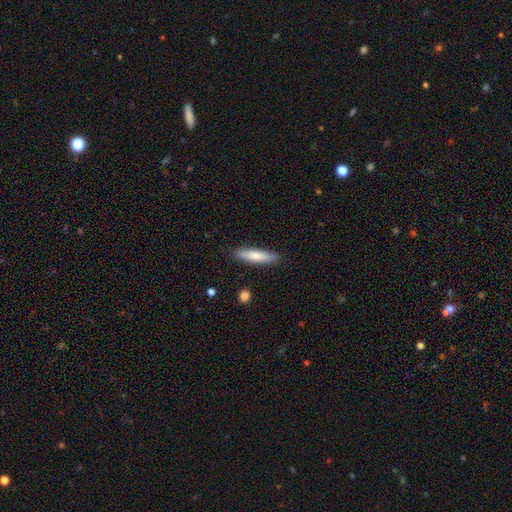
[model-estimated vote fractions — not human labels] smooth_or_featured: smooth (p=0.76) [alt: featured or disk p=0.19]
how_rounded: cigar-shaped (p=0.77) [alt: in between p=0.21]
merging: none (p=0.86) [alt: minor disturbance p=0.10]